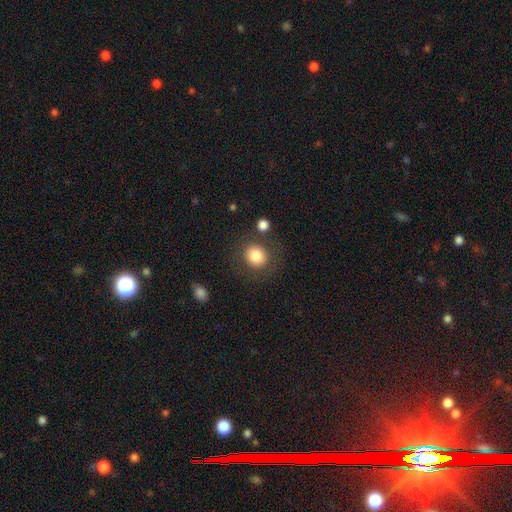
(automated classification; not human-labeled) Smooth or featured?
  - smooth: 81% *
  - featured or disk: 10%
  - star or artifact: 9%
How rounded?
  - round: 83% *
  - in between: 16%
  - cigar-shaped: 1%
Merging?
  - none: 79% *
  - minor disturbance: 10%
  - major disturbance: 6%
  - merger: 5%